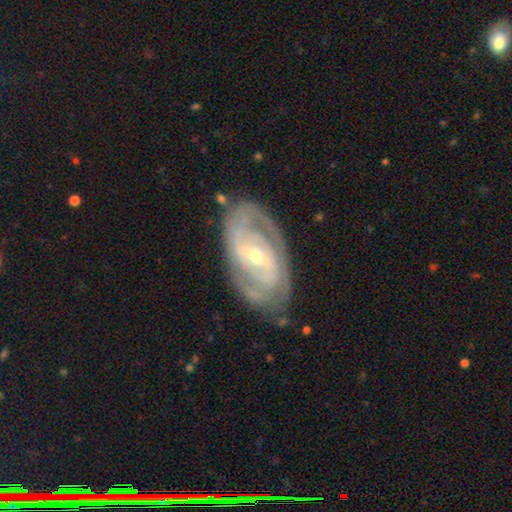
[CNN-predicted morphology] smooth-or-featured: featured or disk: 86% | smooth: 8% | star or artifact: 5%
  disk-edge-on: no: 95% | yes: 5%
    bar: weak: 41% | strong: 34% | no: 25%
    has-spiral-arms: yes: 92% | no: 8%
      spiral-winding: tight: 62% | medium: 31% | loose: 7%
      spiral-arm-count: 2: 50% | can't tell: 26% | 3: 13% | 4: 5% | 1: 4% | more than 4: 3%
    bulge-size: small: 62% | moderate: 35% | large: 1% | none: 1% | dominant: 1%
  merging: none: 75% | minor disturbance: 17% | major disturbance: 7% | merger: 2%